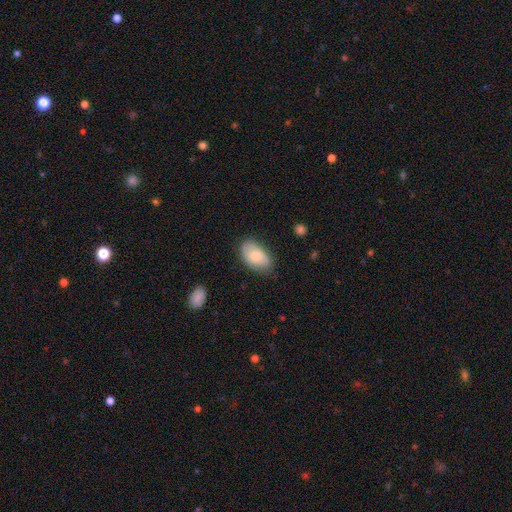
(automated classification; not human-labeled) Smooth or featured: smooth — 70% (featured or disk — 24%)
How rounded: in between — 92% (round — 7%)
Merging: none — 74% (minor disturbance — 20%)